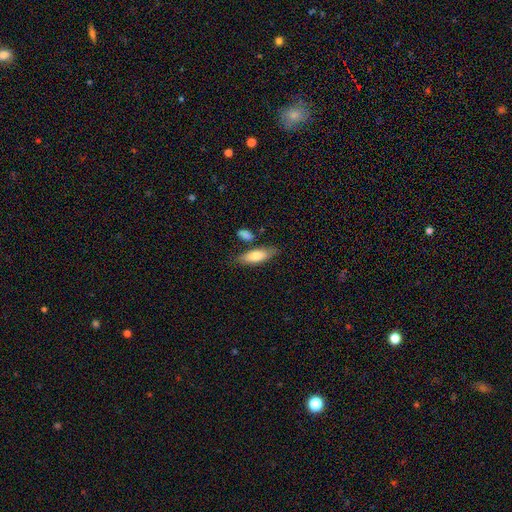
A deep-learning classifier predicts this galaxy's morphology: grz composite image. It shows a smooth galaxy with no disk features (74%) that is in between round and cigar-shaped (63%). Merging: none (71%).